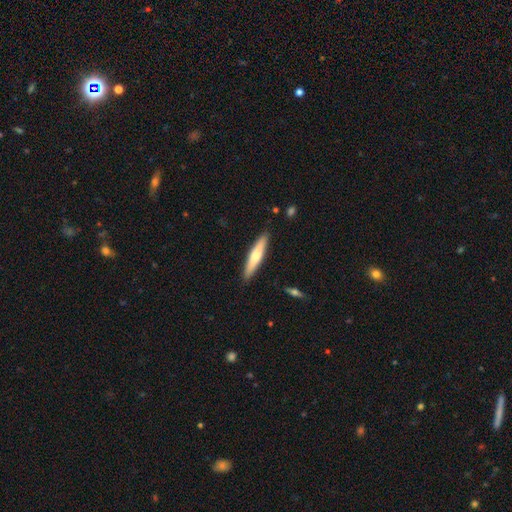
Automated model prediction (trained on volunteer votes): The model was most divided on "smooth or featured": smooth: 58%, featured or disk: 37%, star or artifact: 5%. More confident: merging — none (90%); how rounded — cigar-shaped (87%).